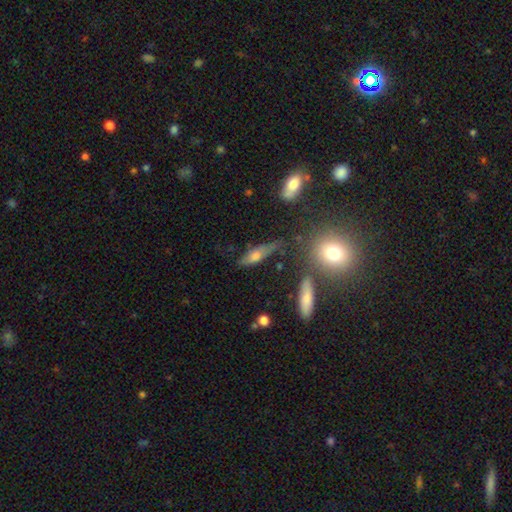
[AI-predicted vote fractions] This appears to be a smooth galaxy with no disk features (52%) that is cigar-shaped (50%). Merging: none (60%).